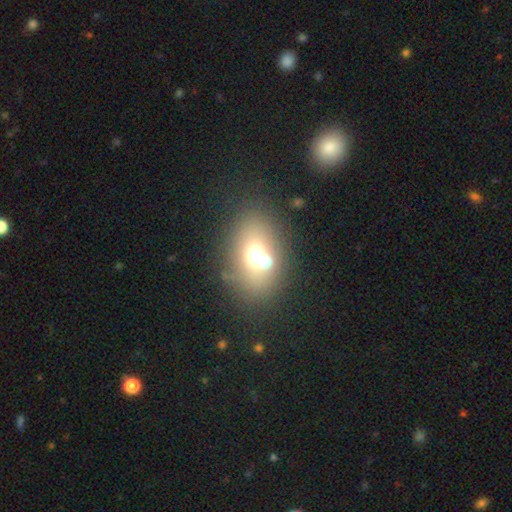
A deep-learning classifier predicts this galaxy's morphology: Q: Smooth or featured?
A: smooth (60%); runner-up: featured or disk (22%)
Q: How rounded?
A: in between (62%); runner-up: round (37%)
Q: Merging?
A: none (53%); runner-up: merger (31%)